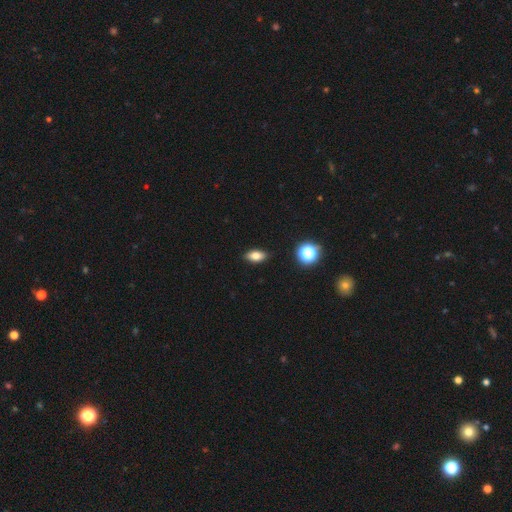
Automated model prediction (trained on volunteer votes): The model was most divided on "smooth or featured": smooth: 77%, featured or disk: 11%, star or artifact: 11%. More confident: merging — none (89%); how rounded — in between (85%).